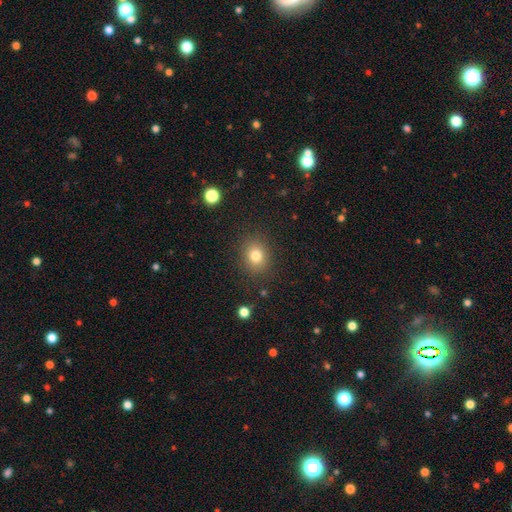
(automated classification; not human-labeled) Overall: smooth (79%). How rounded: round (62%; in between 37%). Merging: none (86%).